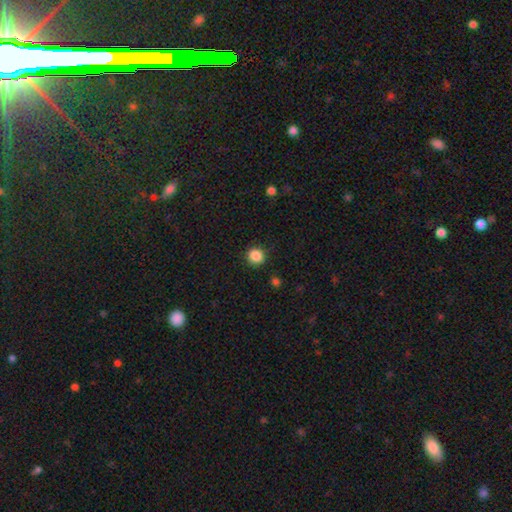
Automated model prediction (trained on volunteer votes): Overall: smooth (87%). How rounded: round (90%). Merging: none (90%).